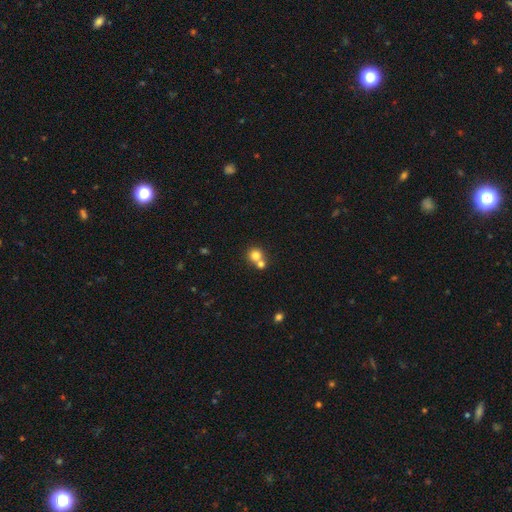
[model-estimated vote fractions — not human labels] Overall: smooth (77%). How rounded: round (88%). Merging: merger (46%, tied with none).